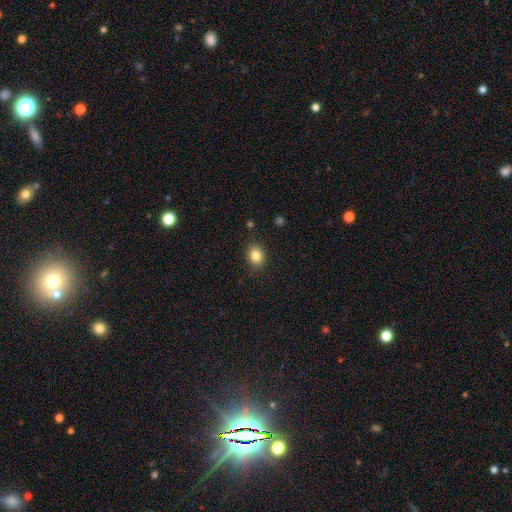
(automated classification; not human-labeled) Q: Smooth or featured?
A: smooth (84%); runner-up: star or artifact (10%)
Q: How rounded?
A: round (50%); runner-up: in between (49%)
Q: Merging?
A: none (86%); runner-up: minor disturbance (10%)